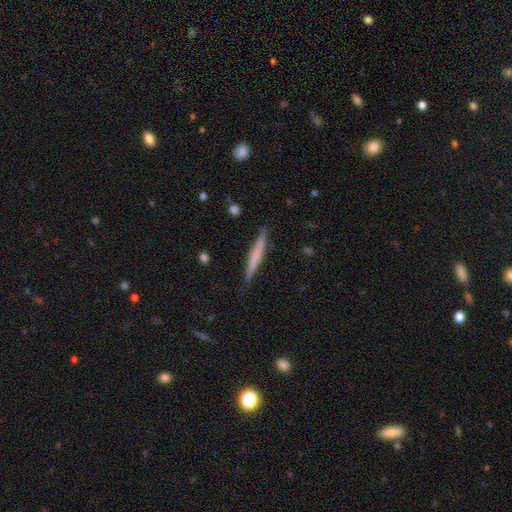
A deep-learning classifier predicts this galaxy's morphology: Overall: smooth (57%; featured or disk 38%). How rounded: cigar-shaped (96%). Merging: none (87%).